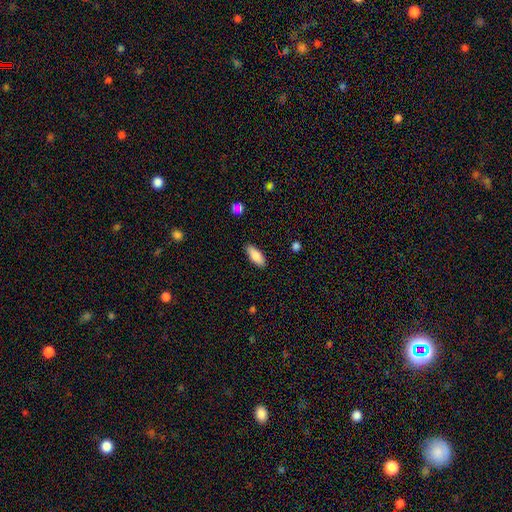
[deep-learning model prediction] smooth_or_featured: smooth (p=0.83) [alt: featured or disk p=0.11]
how_rounded: in between (p=0.75) [alt: cigar-shaped p=0.23]
merging: none (p=0.87) [alt: minor disturbance p=0.10]